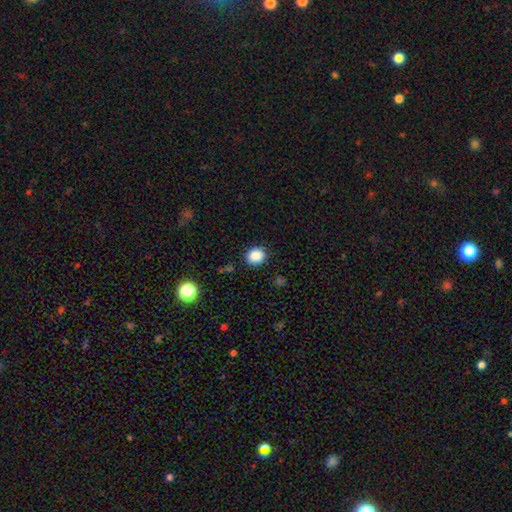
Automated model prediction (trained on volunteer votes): A smooth galaxy with no disk features (88%) that is round (69%).

Vote fractions:
- Smooth or featured? smooth: 88% / star or artifact: 10% / featured or disk: 3%
- How rounded? round: 69% / in between: 30% / cigar-shaped: 1%
- Merging? none: 88% / minor disturbance: 8% / major disturbance: 3% / merger: 1%